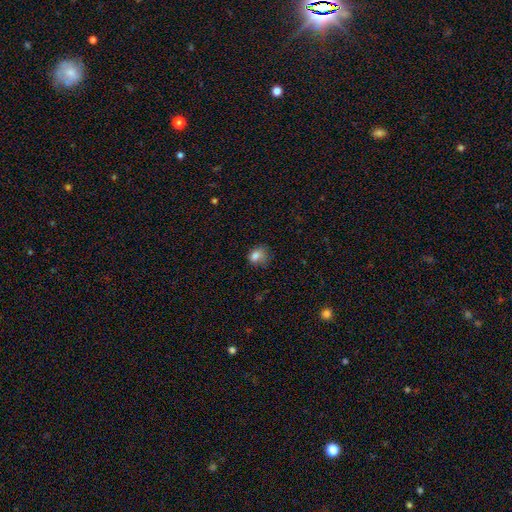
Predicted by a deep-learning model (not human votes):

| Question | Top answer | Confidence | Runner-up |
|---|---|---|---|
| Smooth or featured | smooth | 81% | star or artifact (11%) |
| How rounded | round | 52% | in between (47%) |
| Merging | none | 52% | minor disturbance (31%) |